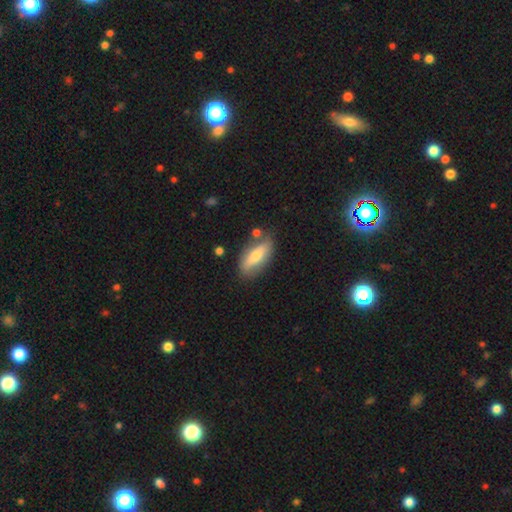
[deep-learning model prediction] smooth 54%, featured or disk 39%, star or artifact 6%. Down the decision tree: how rounded — in between (69%); merging — none (77%).